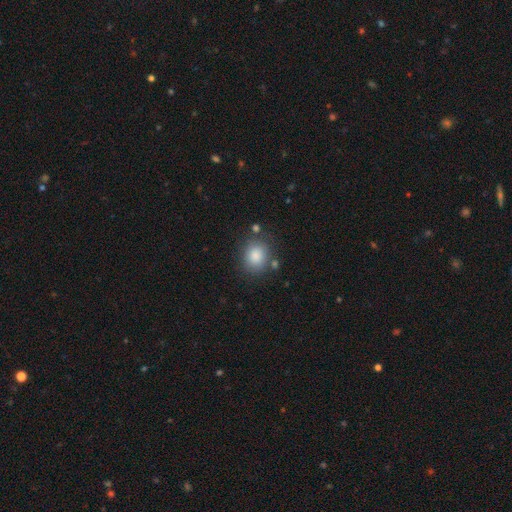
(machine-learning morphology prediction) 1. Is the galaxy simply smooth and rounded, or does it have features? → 86% smooth, 8% star or artifact, 6% featured or disk.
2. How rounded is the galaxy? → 66% round, 33% in between, 1% cigar-shaped.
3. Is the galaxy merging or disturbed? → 76% none, 14% minor disturbance, 6% merger, 5% major disturbance.